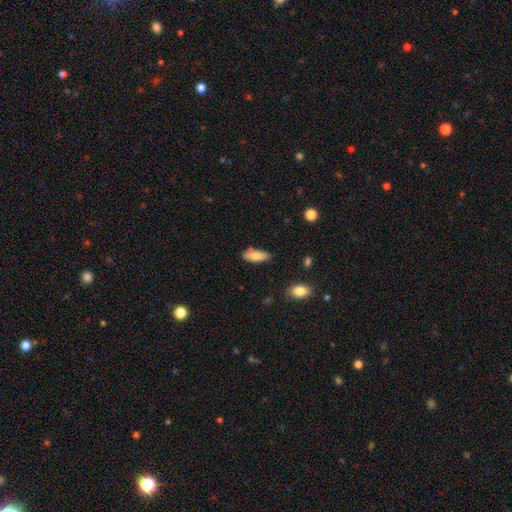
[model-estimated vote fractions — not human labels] Overall: smooth (84%). How rounded: in between (78%). Merging: none (75%).